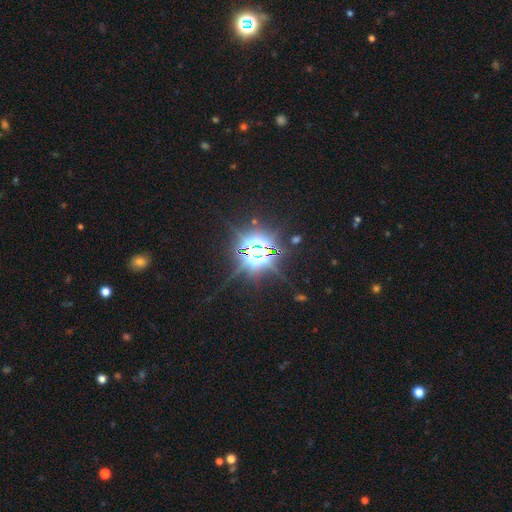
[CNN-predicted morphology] star or artifact 85%, featured or disk 8%, smooth 7%.